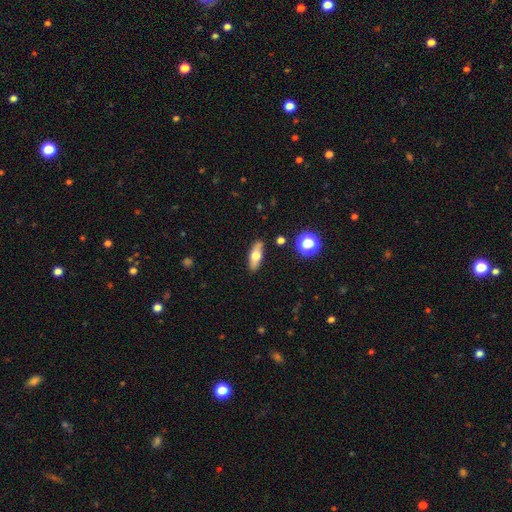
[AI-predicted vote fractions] Overall: smooth (59%; featured or disk 33%). How rounded: in between (60%; cigar-shaped 35%). Merging: none (85%).